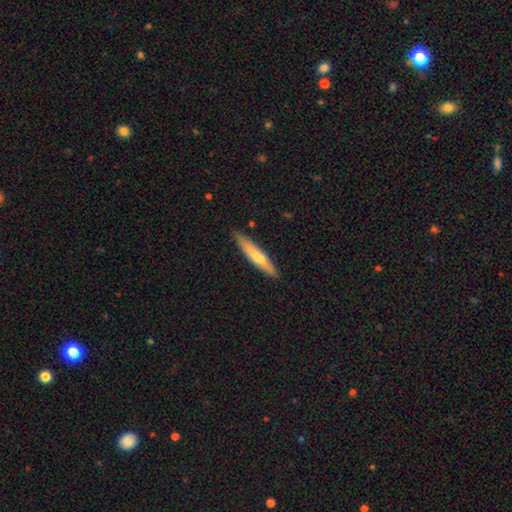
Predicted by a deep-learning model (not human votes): This appears to be a smooth galaxy with no disk features (58%) that is cigar-shaped (90%). Merging: none (88%).